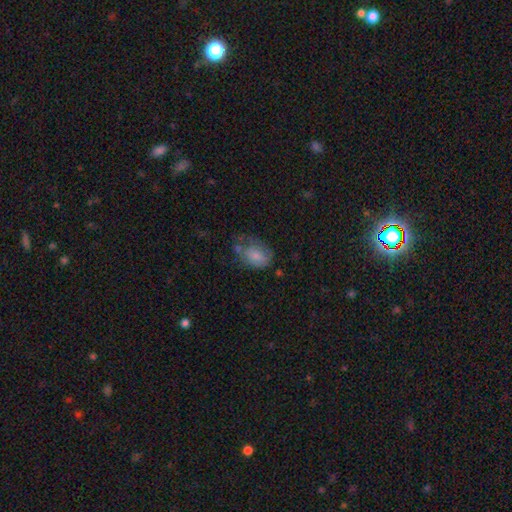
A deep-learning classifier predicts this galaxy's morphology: smooth_or_featured: smooth (p=0.71) [alt: featured or disk p=0.22]
how_rounded: in between (p=0.81) [alt: round p=0.18]
merging: none (p=0.33) [alt: minor disturbance p=0.32]